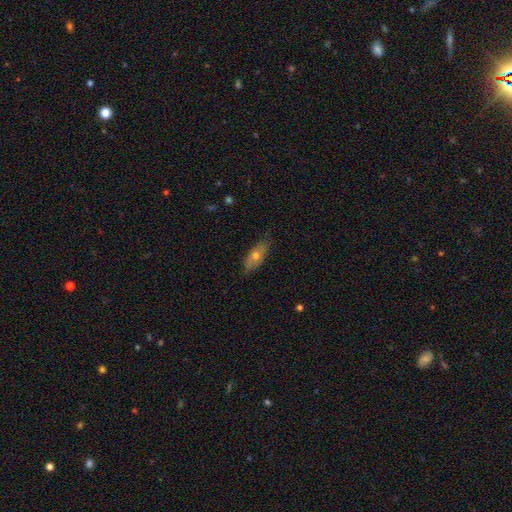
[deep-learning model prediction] Smooth or featured? smooth (58%)
How rounded? in between (78%)
Merging? none (78%)